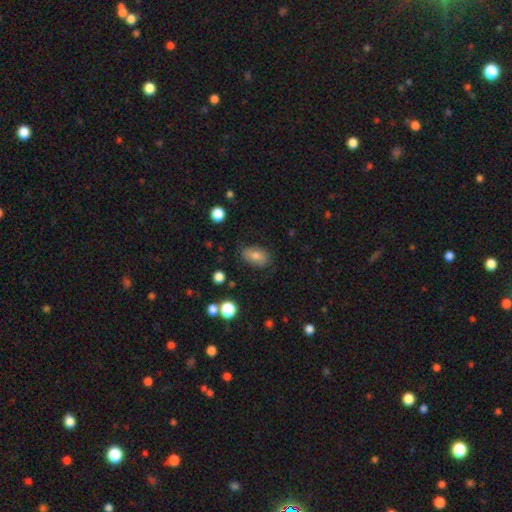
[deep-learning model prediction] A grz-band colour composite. It shows a smooth galaxy with no disk features (71%) that is in between round and cigar-shaped (85%). Merging: none (80%).